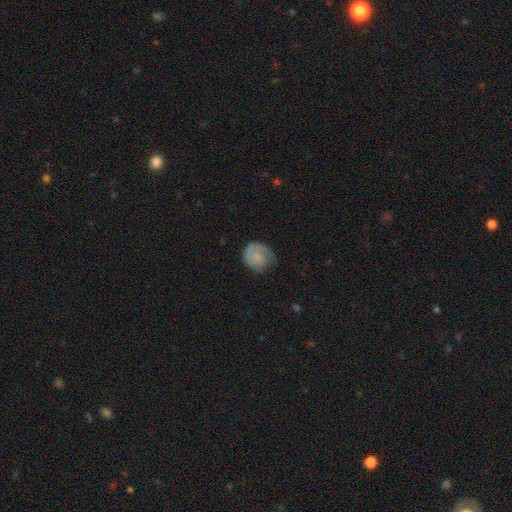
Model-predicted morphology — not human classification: The model was most divided on "smooth or featured": smooth: 58%, featured or disk: 35%, star or artifact: 7%. More confident: how rounded — round (77%); merging — none (53%).